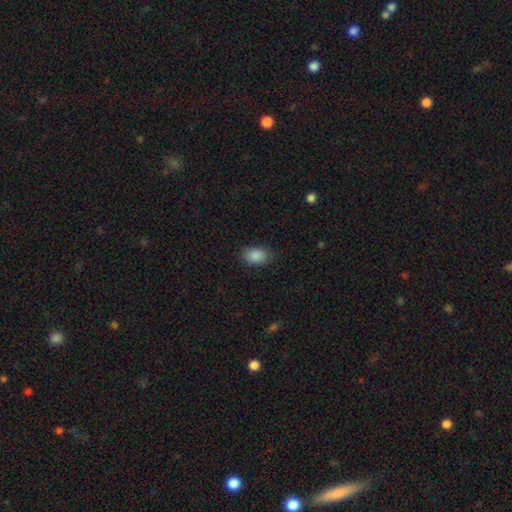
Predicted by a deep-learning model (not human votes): smooth-or-featured: smooth: 88% | star or artifact: 8% | featured or disk: 4%
  how-rounded: in between: 82% | round: 17% | cigar-shaped: 1%
  merging: none: 84% | minor disturbance: 12% | major disturbance: 3% | merger: 1%